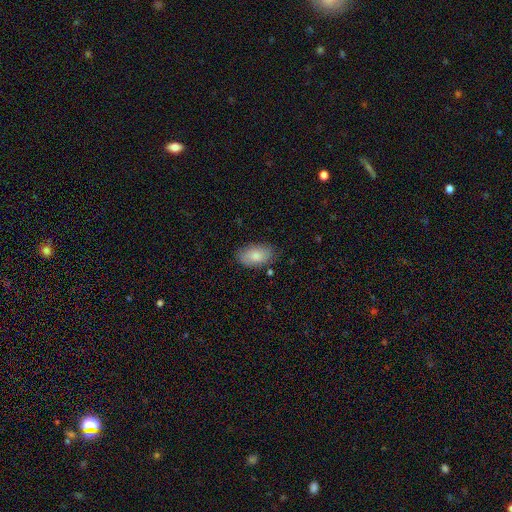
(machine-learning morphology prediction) A smooth galaxy with no disk features (83%) that is in between round and cigar-shaped (94%). Merging: none (79%).